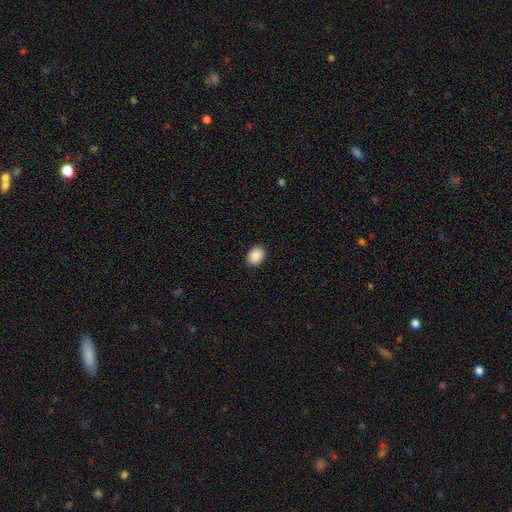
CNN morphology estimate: This appears to be a smooth galaxy with no disk features (90%) that is in between round and cigar-shaped (64%). Merging: none (90%).